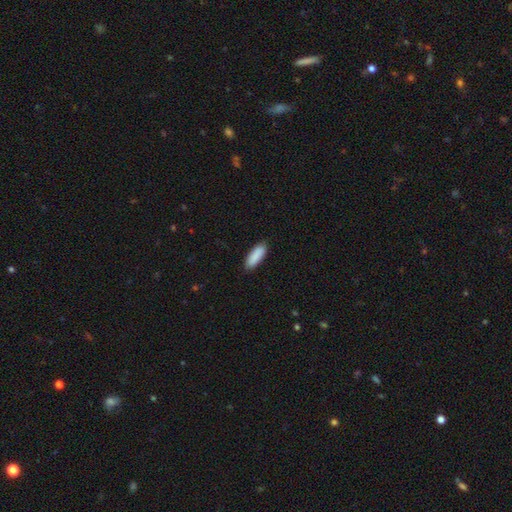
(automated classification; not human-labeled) Overall: smooth (90%). How rounded: in between (67%; cigar-shaped 31%). Merging: none (87%).